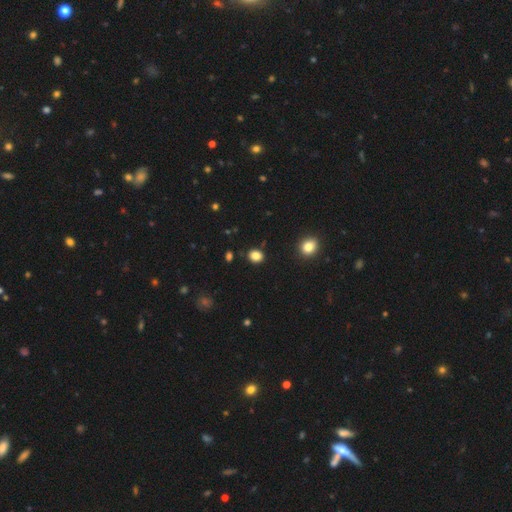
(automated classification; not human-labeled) Q: Smooth or featured?
A: smooth (84%); runner-up: star or artifact (11%)
Q: How rounded?
A: round (63%); runner-up: in between (36%)
Q: Merging?
A: none (88%); runner-up: minor disturbance (8%)